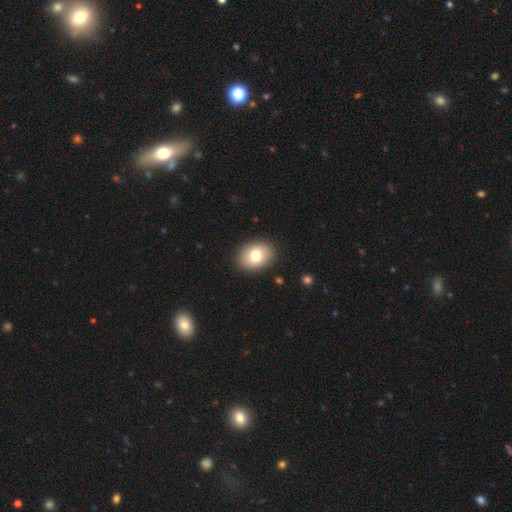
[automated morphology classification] smooth-or-featured: smooth: 77% | featured or disk: 15% | star or artifact: 9%
  how-rounded: in between: 62% | round: 37% | cigar-shaped: 1%
  merging: none: 90% | minor disturbance: 7% | major disturbance: 2% | merger: 1%